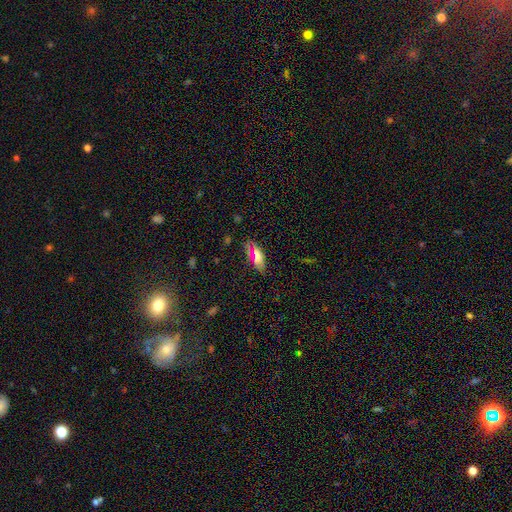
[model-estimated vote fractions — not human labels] Overall: smooth (66%). How rounded: in between (80%). Merging: none (80%).